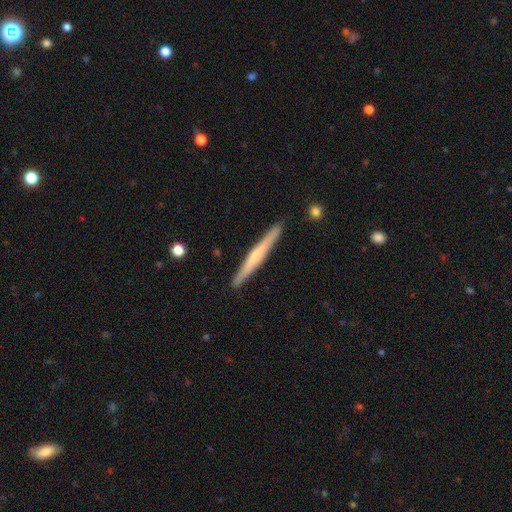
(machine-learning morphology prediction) Smooth or featured: featured or disk — 53% (smooth — 42%)
Edge-on disk: yes — 97% (no — 3%)
Edge-on bulge: none — 49% (rounded — 41%)
Merging: none — 91% (minor disturbance — 7%)